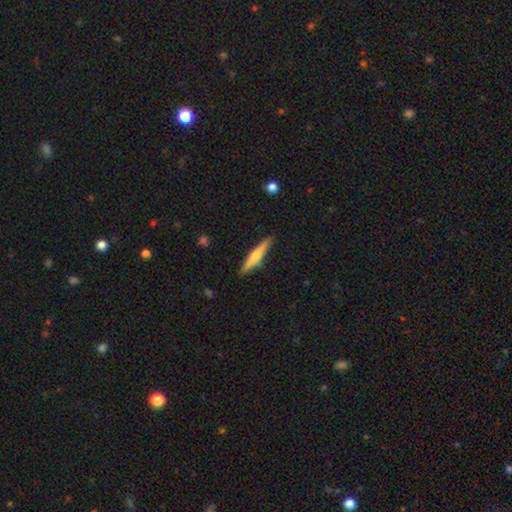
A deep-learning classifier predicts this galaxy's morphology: A featured or disk galaxy (54%) viewed edge-on (96%) with a rounded central bulge (84%). Merging: none (89%).